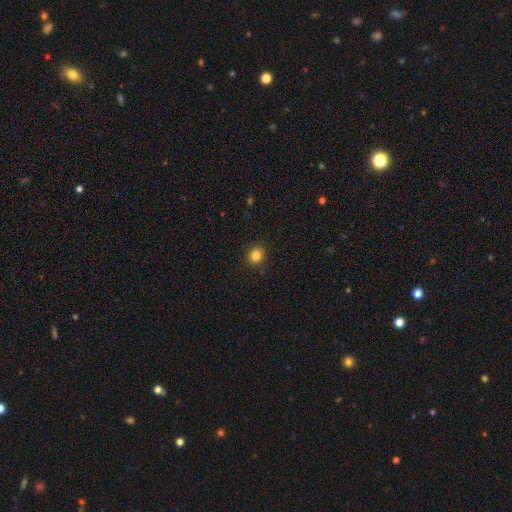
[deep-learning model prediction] smooth_or_featured: smooth (p=0.83) [alt: star or artifact p=0.12]
how_rounded: round (p=0.81) [alt: in between p=0.18]
merging: none (p=0.90) [alt: minor disturbance p=0.07]